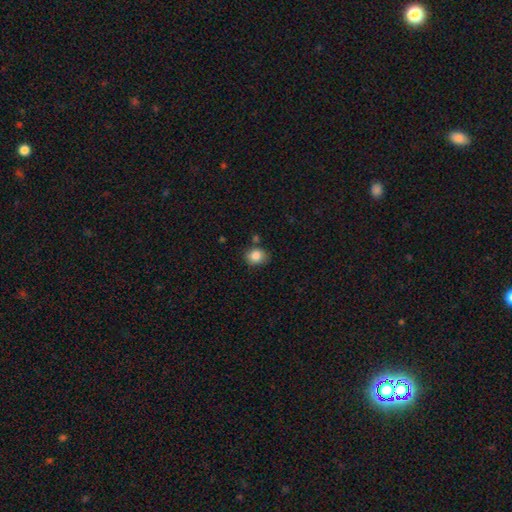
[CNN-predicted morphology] Smooth or featured? Predicted: smooth (p=0.85). How rounded? Predicted: round (p=0.60). Merging? Predicted: none (p=0.73).